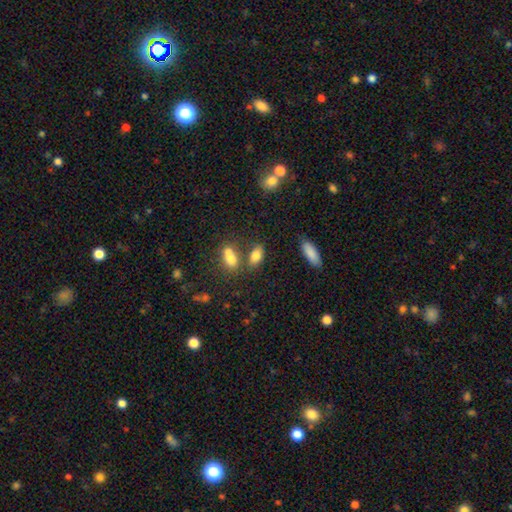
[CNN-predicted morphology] Smooth or featured? Predicted: smooth (p=0.79). How rounded? Predicted: in between (p=0.85). Merging? Predicted: none (p=0.58).